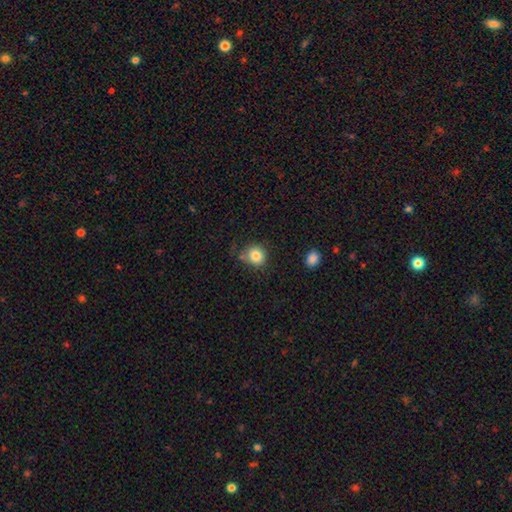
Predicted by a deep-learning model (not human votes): This is clearly a smooth galaxy (84%). How rounded: clearly round (85%). Merging: likely none (71%).